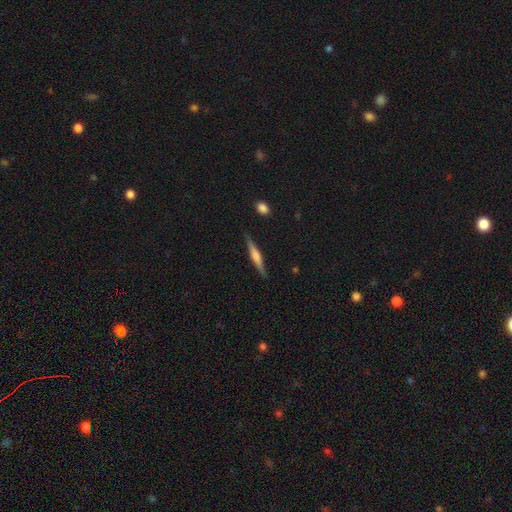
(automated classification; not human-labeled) Smooth or featured: featured or disk — 56% (smooth — 38%)
Edge-on disk: yes — 97% (no — 3%)
Edge-on bulge: rounded — 63% (boxy — 21%)
Merging: none — 88% (minor disturbance — 9%)